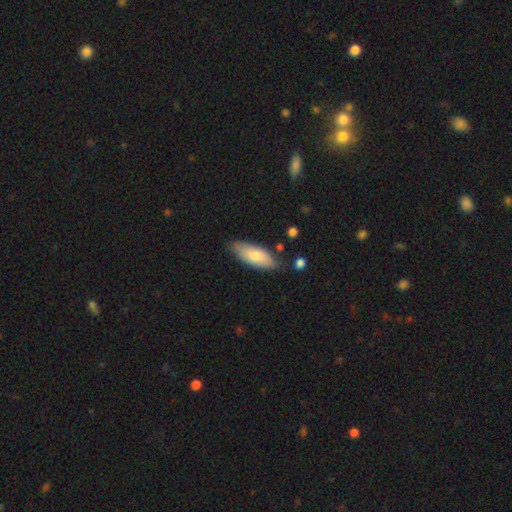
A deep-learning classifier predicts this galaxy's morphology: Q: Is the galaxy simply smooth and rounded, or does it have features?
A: smooth — 79%.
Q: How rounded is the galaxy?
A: in between — 77%.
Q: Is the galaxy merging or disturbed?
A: none — 74%.